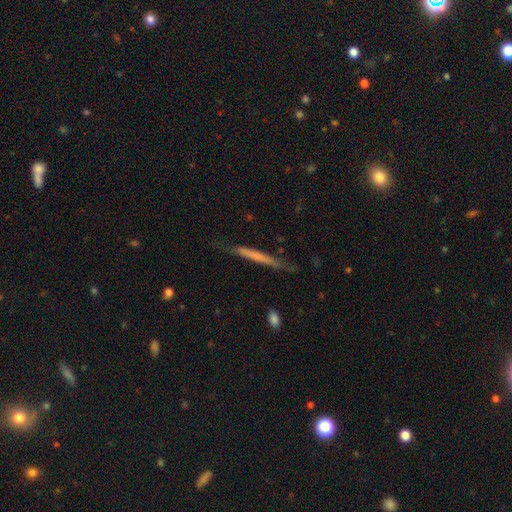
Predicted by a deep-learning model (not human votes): Smooth or featured: smooth — 51% (featured or disk — 43%)
How rounded: cigar-shaped — 96% (in between — 2%)
Merging: none — 74% (minor disturbance — 19%)